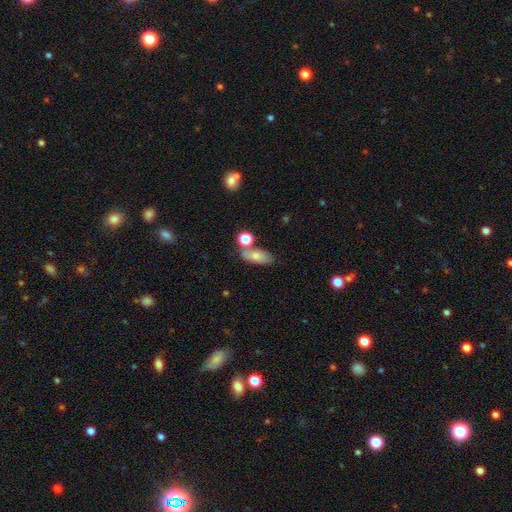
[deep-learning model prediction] A smooth galaxy with no disk features (74%) that is in between round and cigar-shaped (80%). Merging: none (60%).